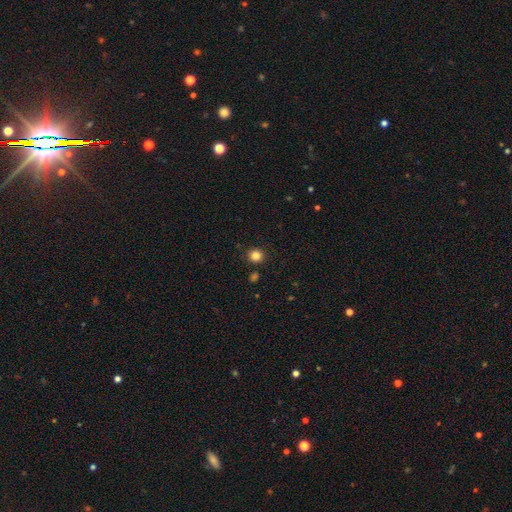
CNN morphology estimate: This is clearly a smooth galaxy (83%). How rounded: clearly round (88%). Merging: clearly none (90%).